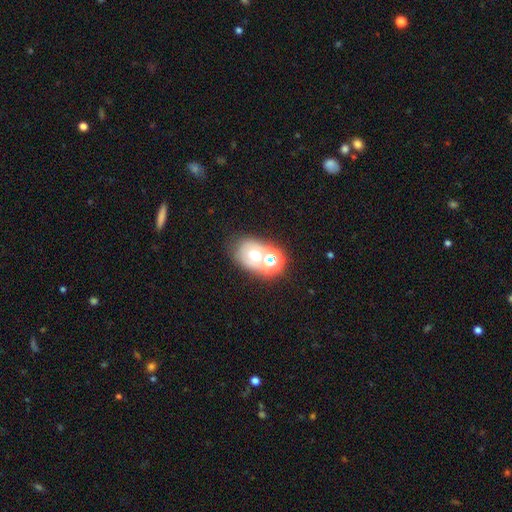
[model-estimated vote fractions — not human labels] The model was most divided on "merging": none: 44%, merger: 38%, minor disturbance: 11%, major disturbance: 7%. Remaining: smooth or featured — smooth (48%).